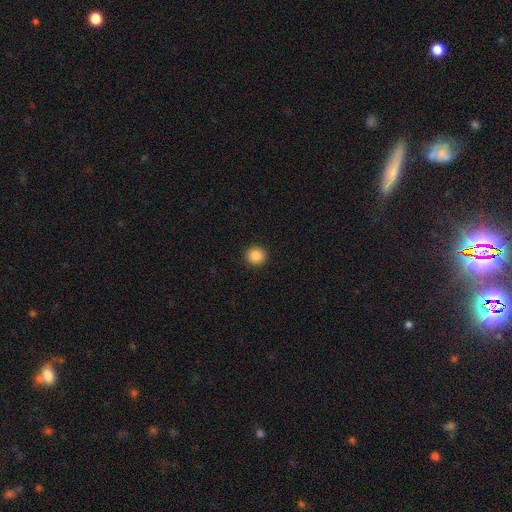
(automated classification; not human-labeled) Q: Smooth or featured?
A: smooth (88%); runner-up: star or artifact (9%)
Q: How rounded?
A: round (92%); runner-up: in between (7%)
Q: Merging?
A: none (92%); runner-up: minor disturbance (5%)